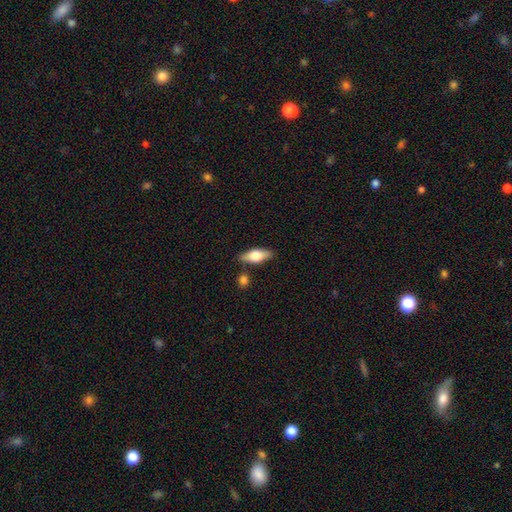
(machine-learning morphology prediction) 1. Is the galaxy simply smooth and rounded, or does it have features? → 66% smooth, 28% featured or disk, 6% star or artifact.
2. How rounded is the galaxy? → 74% in between, 23% cigar-shaped, 3% round.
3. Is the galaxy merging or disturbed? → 80% none, 12% minor disturbance, 6% merger, 3% major disturbance.